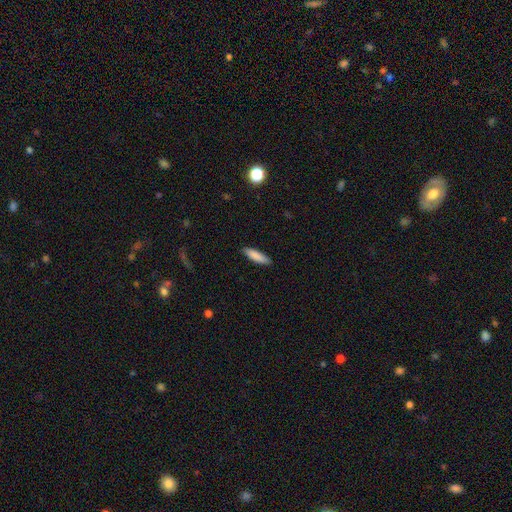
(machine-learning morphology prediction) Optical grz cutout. It shows a smooth galaxy with no disk features (87%) that is cigar-shaped (67%). Merging: none (88%).